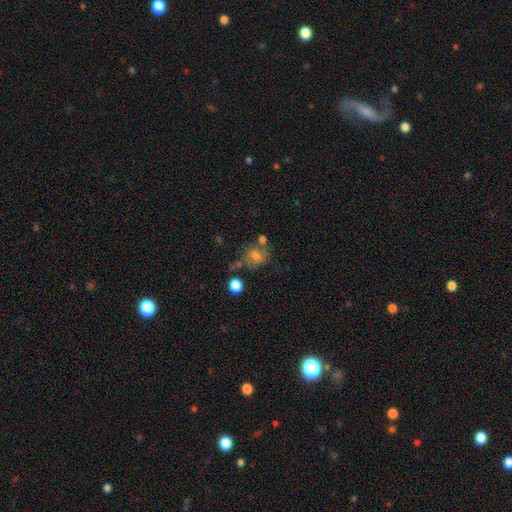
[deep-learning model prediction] smooth_or_featured: smooth (p=0.66) [alt: featured or disk p=0.20]
how_rounded: round (p=0.64) [alt: in between p=0.35]
merging: none (p=0.57) [alt: minor disturbance p=0.19]